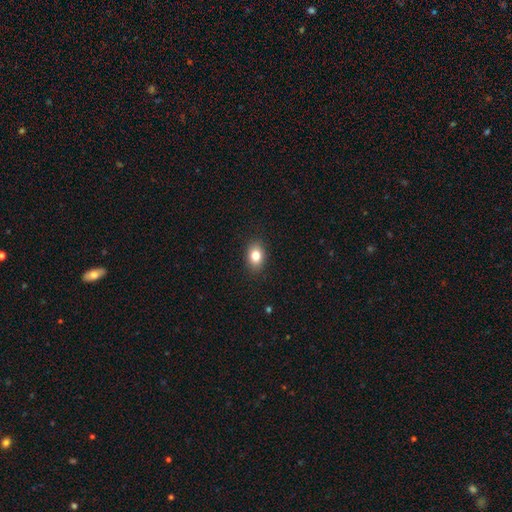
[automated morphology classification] smooth_or_featured: smooth (p=0.82) [alt: star or artifact p=0.10]
how_rounded: in between (p=0.74) [alt: round p=0.24]
merging: none (p=0.89) [alt: minor disturbance p=0.08]